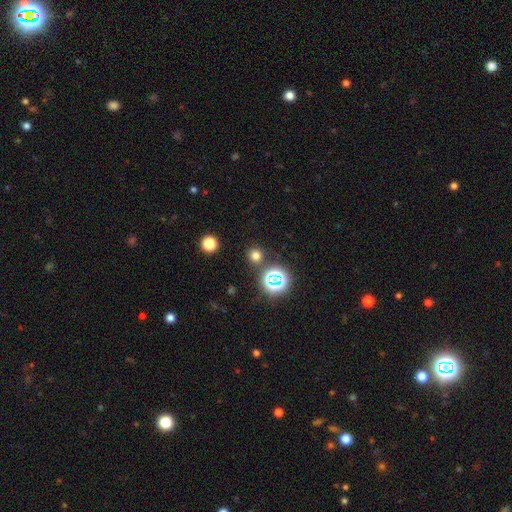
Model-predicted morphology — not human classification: This appears to be a smooth galaxy with no disk features (68%) that is round (93%). Merging: none (85%).